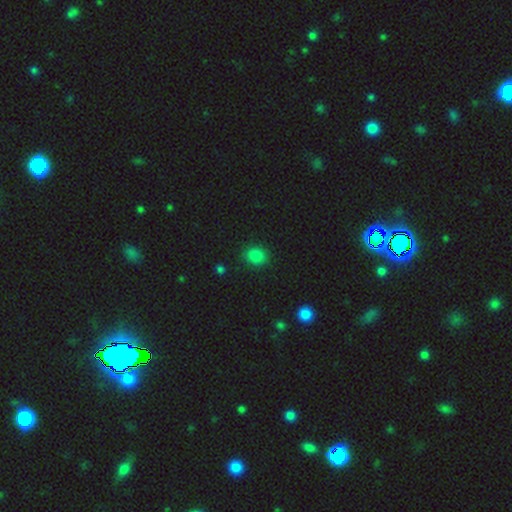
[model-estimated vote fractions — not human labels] The model was most divided on "how rounded": round: 72%, in between: 27%, cigar-shaped: 1%. More confident: merging — none (89%); smooth or featured — smooth (83%).